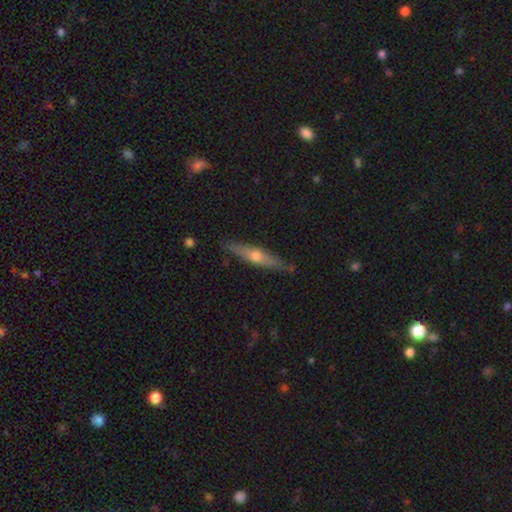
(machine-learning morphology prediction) smooth_or_featured: featured or disk (p=0.64) [alt: smooth p=0.30]
disk_edge_on: yes (p=0.93) [alt: no p=0.07]
edge_on_bulge: rounded (p=0.89) [alt: none p=0.08]
merging: none (p=0.86) [alt: minor disturbance p=0.11]